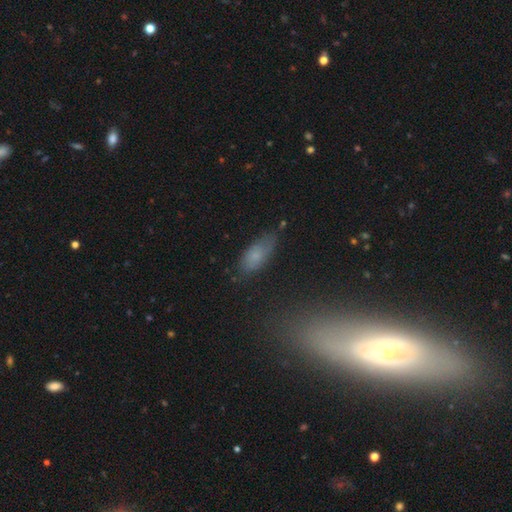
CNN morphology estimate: A smooth galaxy with no disk features (71%) that is in between round and cigar-shaped (79%). Merging: none (67%).